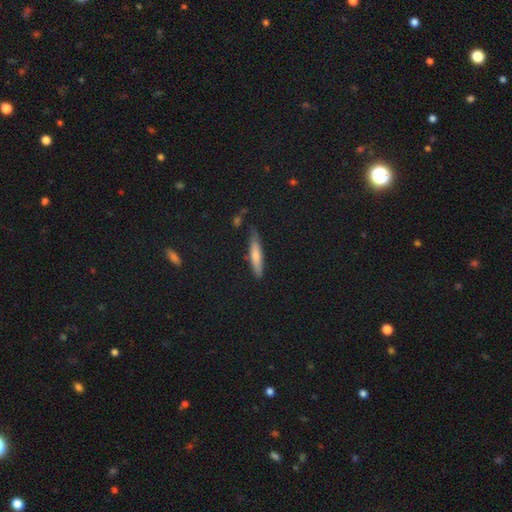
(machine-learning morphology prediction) Overall: smooth (70%). How rounded: cigar-shaped (85%). Merging: none (76%).